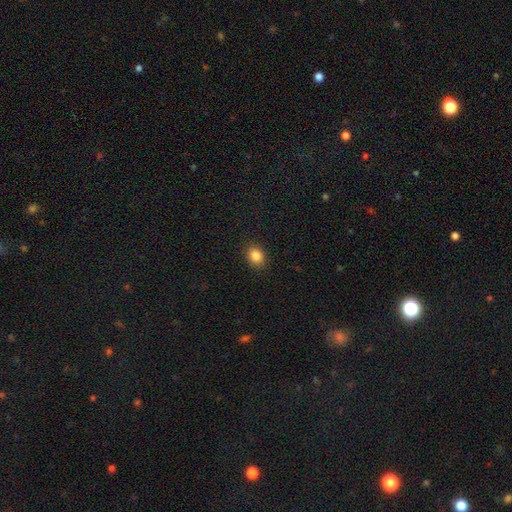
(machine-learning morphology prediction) A smooth galaxy with no disk features (85%) that is in between round and cigar-shaped (53%). Merging: none (89%).